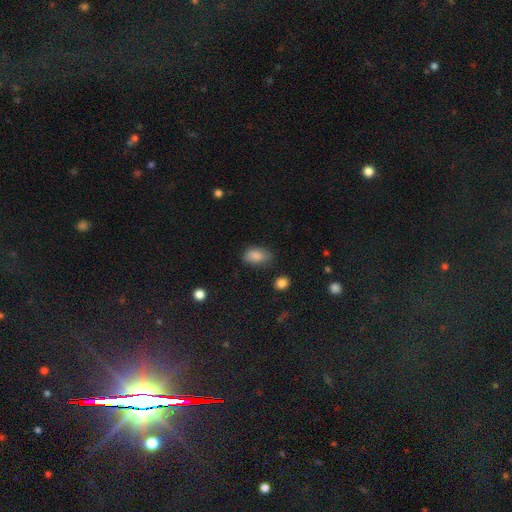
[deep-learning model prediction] Smooth or featured?
  - smooth: 86% *
  - star or artifact: 8%
  - featured or disk: 6%
How rounded?
  - in between: 90% *
  - round: 8%
  - cigar-shaped: 2%
Merging?
  - none: 68% *
  - minor disturbance: 25%
  - major disturbance: 5%
  - merger: 2%